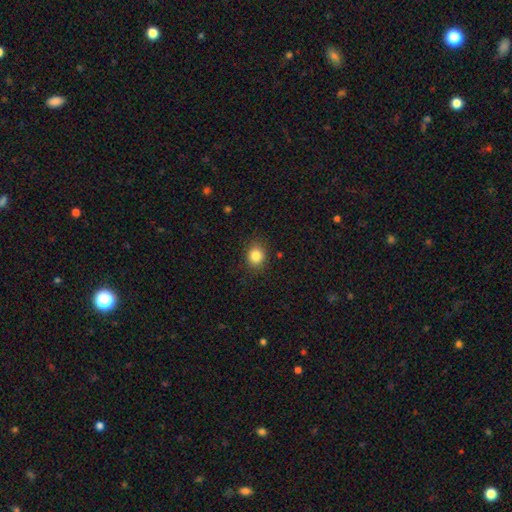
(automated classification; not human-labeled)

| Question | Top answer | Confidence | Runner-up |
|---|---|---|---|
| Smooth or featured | smooth | 84% | star or artifact (10%) |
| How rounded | round | 72% | in between (27%) |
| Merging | none | 86% | minor disturbance (10%) |